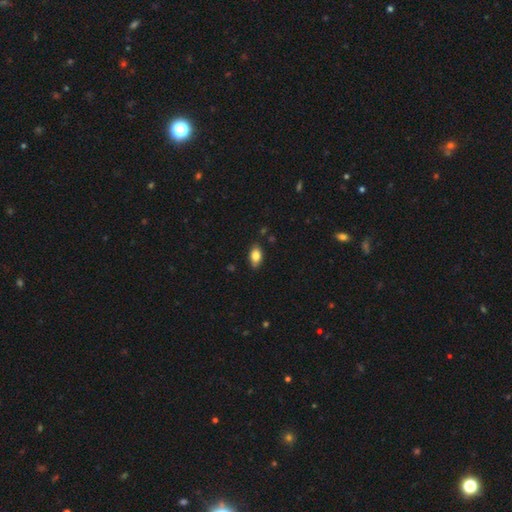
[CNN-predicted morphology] smooth-or-featured: smooth: 82% | featured or disk: 10% | star or artifact: 8%
  how-rounded: in between: 90% | round: 7% | cigar-shaped: 4%
  merging: none: 83% | minor disturbance: 14% | major disturbance: 2% | merger: 1%